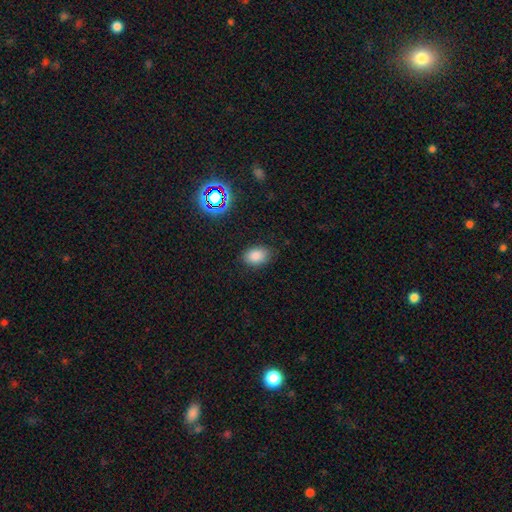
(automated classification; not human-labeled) Overall: smooth (83%). How rounded: in between (84%). Merging: none (84%).